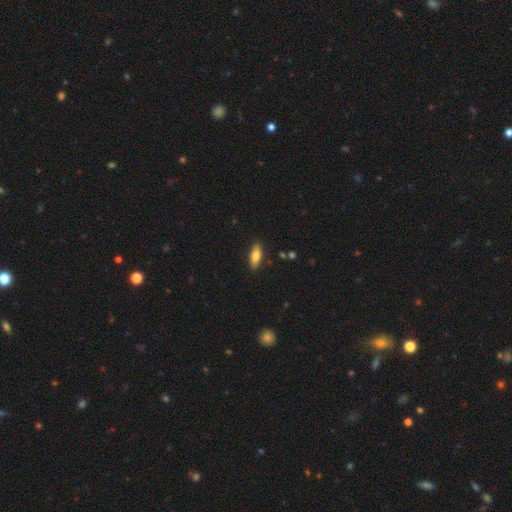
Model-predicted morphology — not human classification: Overall: smooth (76%). How rounded: in between (68%; cigar-shaped 30%). Merging: none (86%).